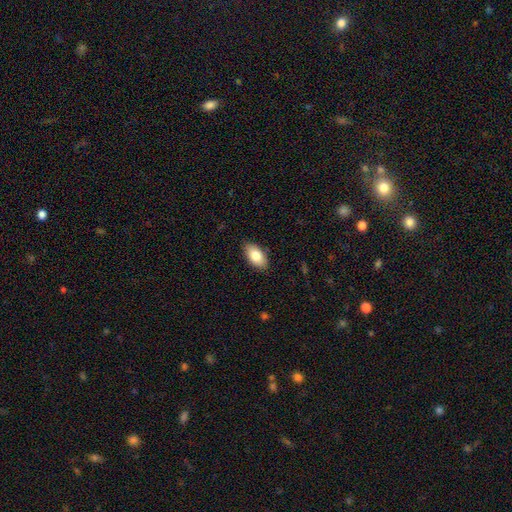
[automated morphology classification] smooth 82%, featured or disk 12%, star or artifact 7%. Down the decision tree: how rounded — in between (93%); merging — none (87%).